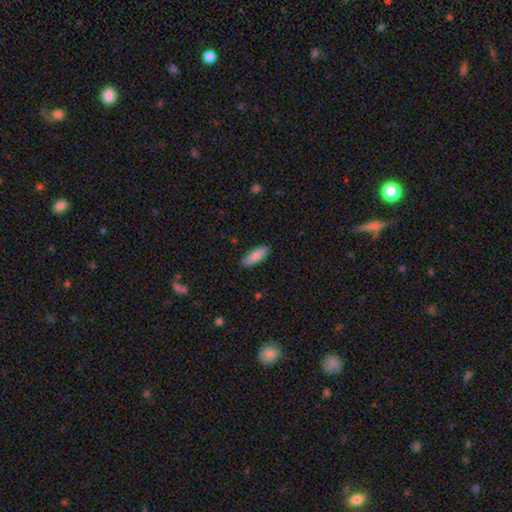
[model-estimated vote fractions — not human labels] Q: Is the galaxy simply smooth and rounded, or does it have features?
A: smooth — 86%.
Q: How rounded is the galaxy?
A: in between — 64%.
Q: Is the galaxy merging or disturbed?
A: none — 89%.